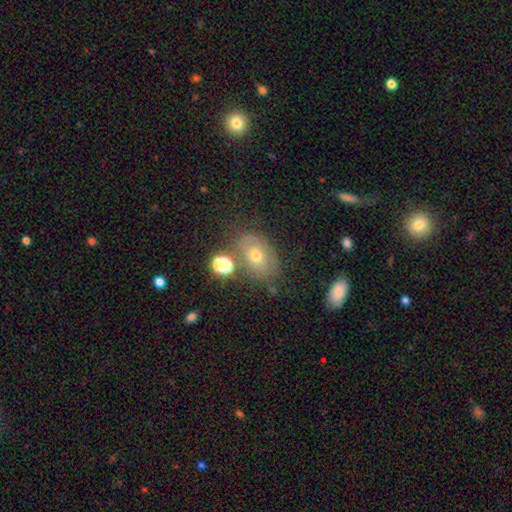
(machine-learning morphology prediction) Smooth or featured? smooth (60%)
How rounded? in between (76%)
Merging? none (63%)